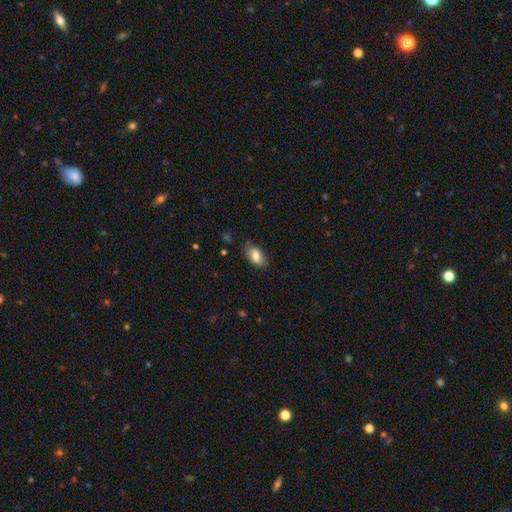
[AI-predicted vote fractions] Smooth or featured?
  - smooth: 82% *
  - featured or disk: 11%
  - star or artifact: 7%
How rounded?
  - in between: 92% *
  - round: 5%
  - cigar-shaped: 3%
Merging?
  - none: 81% *
  - minor disturbance: 15%
  - major disturbance: 3%
  - merger: 1%